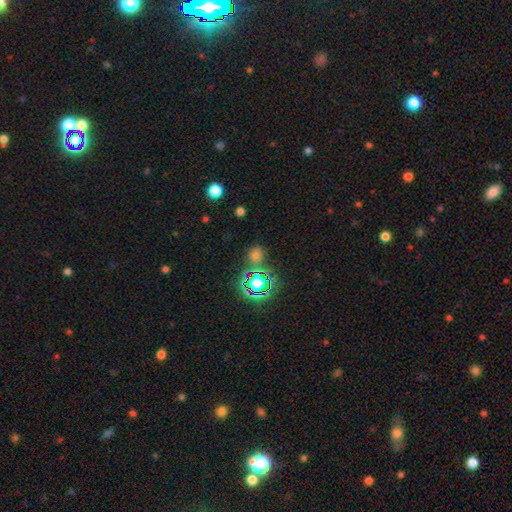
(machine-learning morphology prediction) This is possibly a smooth galaxy (56%). How rounded: clearly round (80%). Merging: likely none (76%).